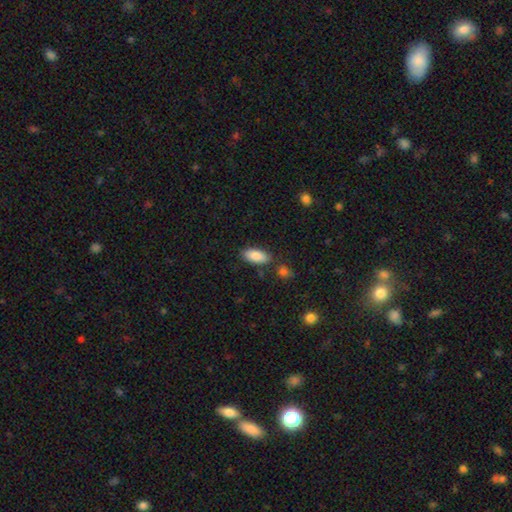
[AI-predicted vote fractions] Smooth or featured? smooth (86%)
How rounded? in between (86%)
Merging? none (80%)